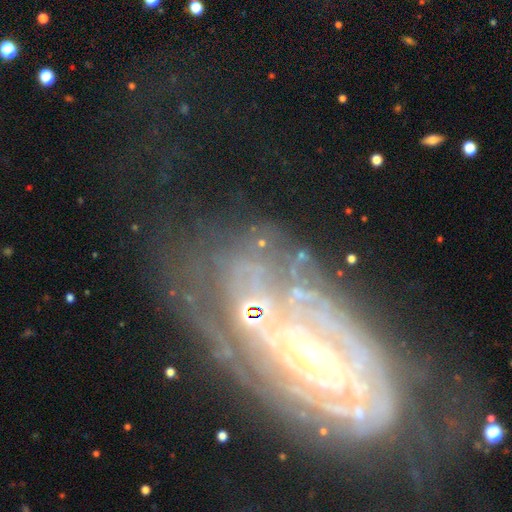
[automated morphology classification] smooth_or_featured: featured or disk (p=0.82) [alt: star or artifact p=0.10]
disk_edge_on: no (p=0.93) [alt: yes p=0.07]
bar: no (p=0.55) [alt: weak p=0.28]
has_spiral_arms: yes (p=0.88) [alt: no p=0.12]
spiral_winding: tight (p=0.74) [alt: medium p=0.20]
spiral_arm_count: can't tell (p=0.46) [alt: 2 p=0.16]
bulge_size: moderate (p=0.51) [alt: small p=0.38]
merging: none (p=0.60) [alt: minor disturbance p=0.19]